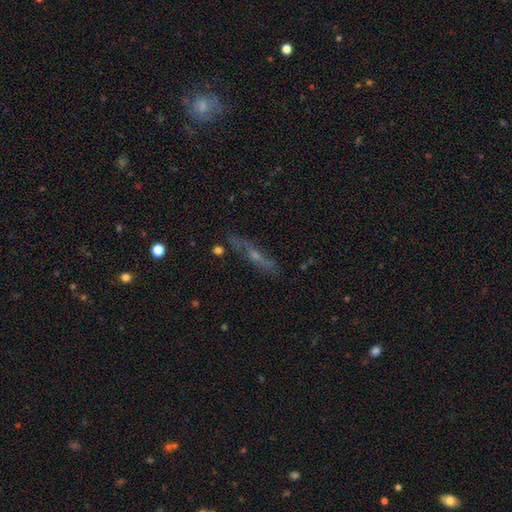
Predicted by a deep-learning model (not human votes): smooth_or_featured: featured or disk (p=0.59) [alt: smooth p=0.26]
disk_edge_on: yes (p=0.71) [alt: no p=0.29]
merging: none (p=0.72) [alt: minor disturbance p=0.17]